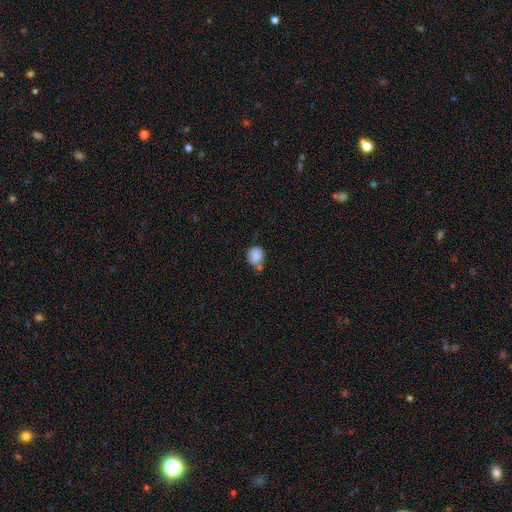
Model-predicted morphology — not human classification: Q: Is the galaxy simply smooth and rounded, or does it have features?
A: smooth — 85%.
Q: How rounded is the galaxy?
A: round — 68%.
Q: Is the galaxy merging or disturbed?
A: none — 48%.